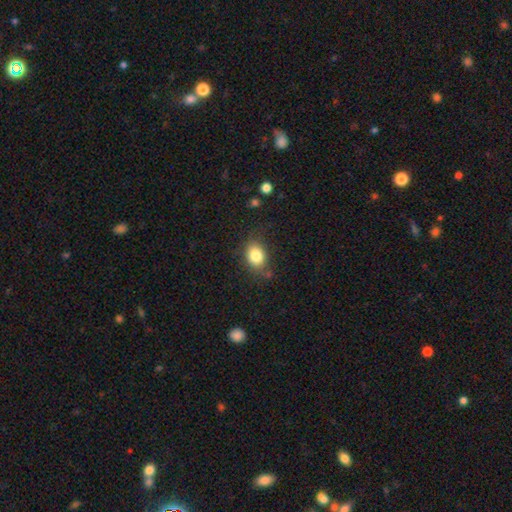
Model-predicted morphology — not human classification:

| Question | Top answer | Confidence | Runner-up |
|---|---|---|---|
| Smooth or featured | smooth | 82% | star or artifact (10%) |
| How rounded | in between | 61% | round (38%) |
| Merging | none | 72% | minor disturbance (19%) |